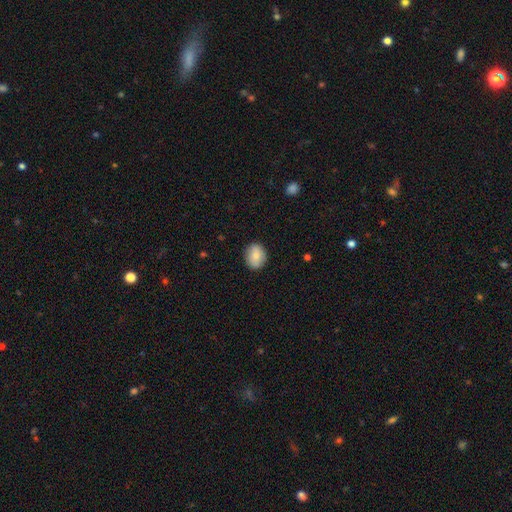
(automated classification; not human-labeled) Morphology: type=smooth (80%); roundness=round (56%); merging=none (87%).